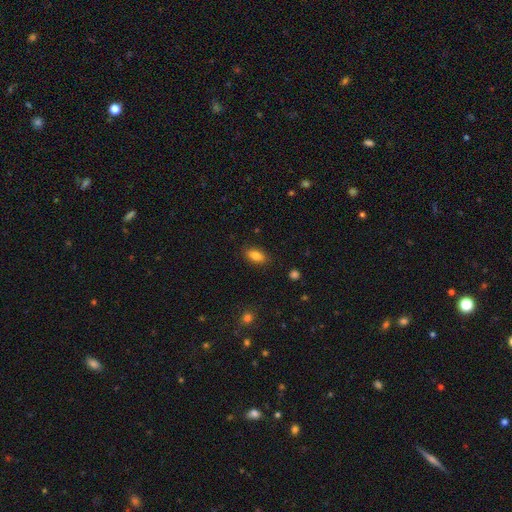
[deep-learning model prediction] Smooth or featured? Predicted: smooth (p=0.84). How rounded? Predicted: in between (p=0.88). Merging? Predicted: none (p=0.87).